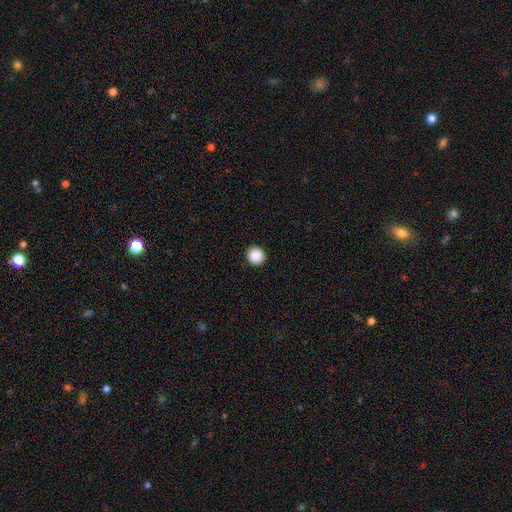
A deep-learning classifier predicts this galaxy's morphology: Smooth or featured: smooth — 89% (star or artifact — 9%)
How rounded: round — 95% (in between — 4%)
Merging: none — 93% (minor disturbance — 4%)